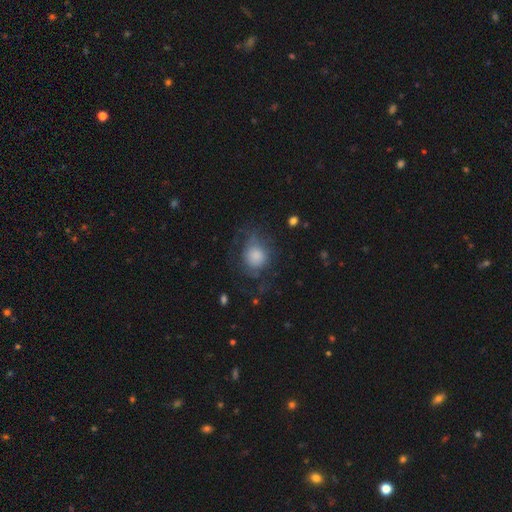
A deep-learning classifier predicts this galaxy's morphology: Q: Smooth or featured?
A: smooth (67%); runner-up: featured or disk (24%)
Q: How rounded?
A: round (68%); runner-up: in between (31%)
Q: Merging?
A: none (46%); runner-up: major disturbance (29%)